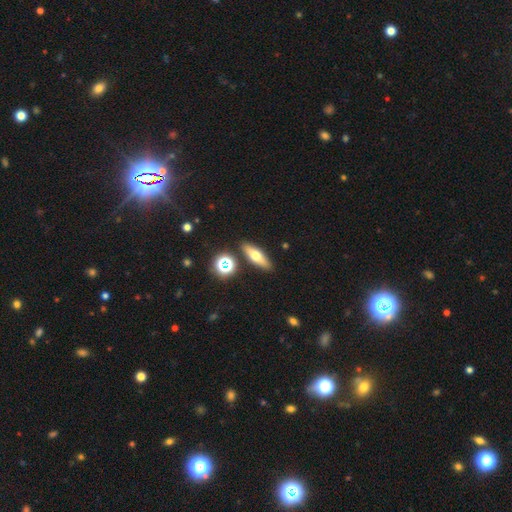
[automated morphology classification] Q: Smooth or featured?
A: smooth (52%); runner-up: featured or disk (37%)
Q: How rounded?
A: cigar-shaped (49%); runner-up: in between (44%)
Q: Merging?
A: none (86%); runner-up: minor disturbance (8%)